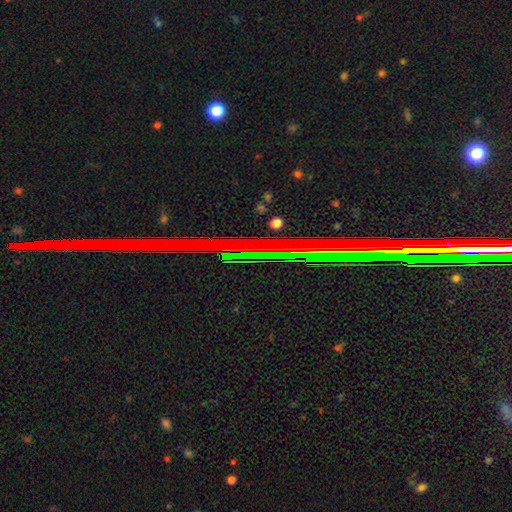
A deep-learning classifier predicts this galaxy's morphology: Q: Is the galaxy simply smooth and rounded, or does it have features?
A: star or artifact — 73%.